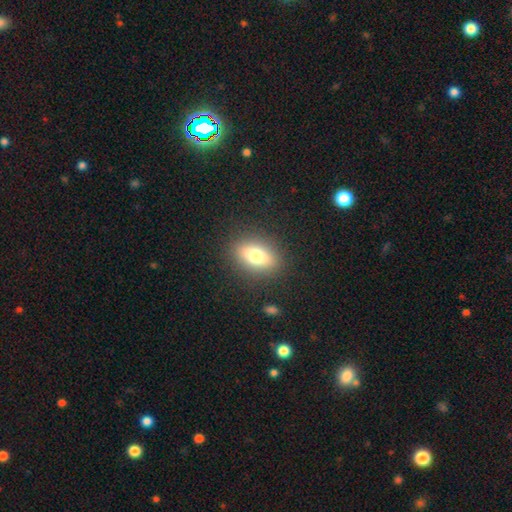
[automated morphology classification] This appears to be a smooth galaxy with no disk features (71%) that is in between round and cigar-shaped (73%). Merging: none (87%).